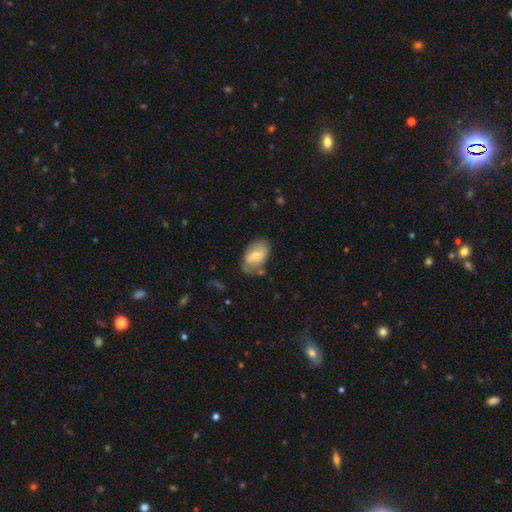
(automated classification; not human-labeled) This is possibly a smooth galaxy (58%). How rounded: clearly in between (91%). Merging: likely none (63%).